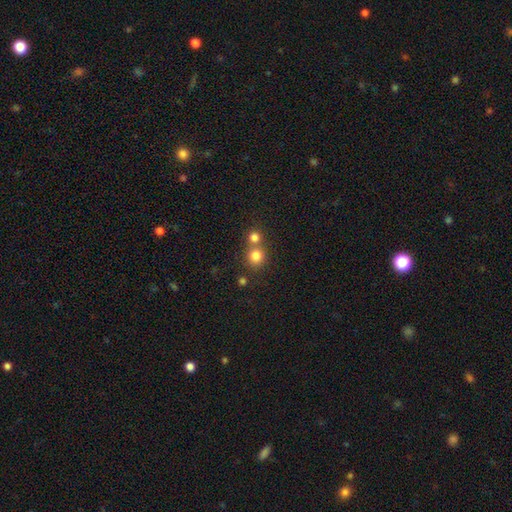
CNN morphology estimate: Smooth or featured: smooth — 80% (star or artifact — 13%)
How rounded: round — 89% (in between — 11%)
Merging: none — 54% (merger — 37%)